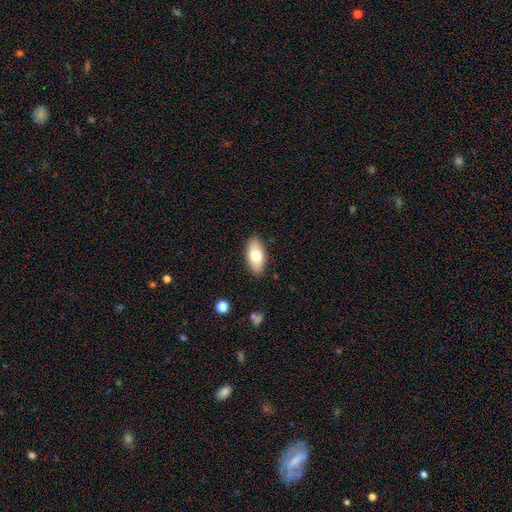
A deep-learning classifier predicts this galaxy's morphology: This appears to be a smooth galaxy with no disk features (74%) that is in between round and cigar-shaped (91%). Merging: none (87%).